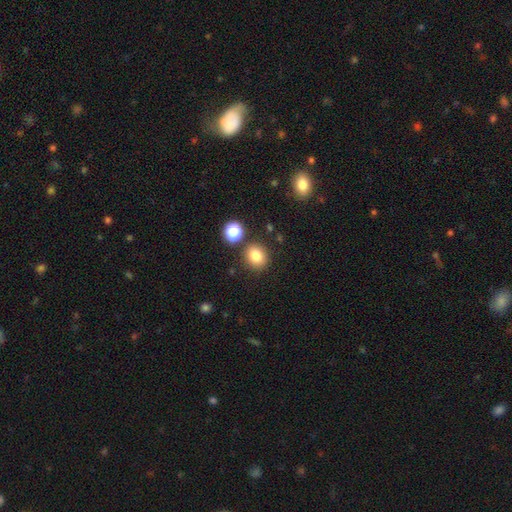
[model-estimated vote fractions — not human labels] A smooth galaxy with no disk features (82%) that is round (74%).

Vote fractions:
- Smooth or featured? smooth: 82% / star or artifact: 12% / featured or disk: 6%
- How rounded? round: 74% / in between: 25% / cigar-shaped: 1%
- Merging? none: 82% / minor disturbance: 9% / merger: 6% / major disturbance: 3%